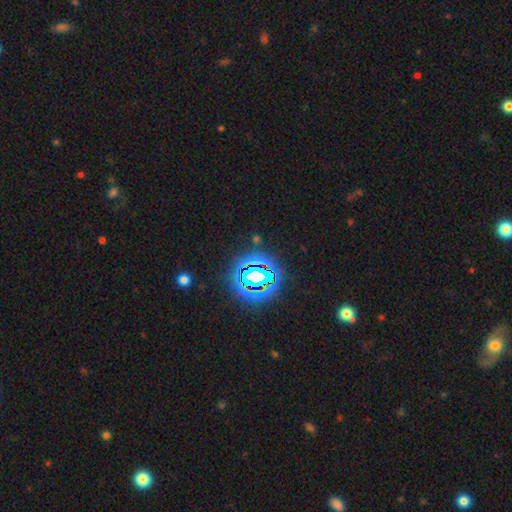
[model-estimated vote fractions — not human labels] Q: Smooth or featured?
A: star or artifact (79%); runner-up: smooth (12%)